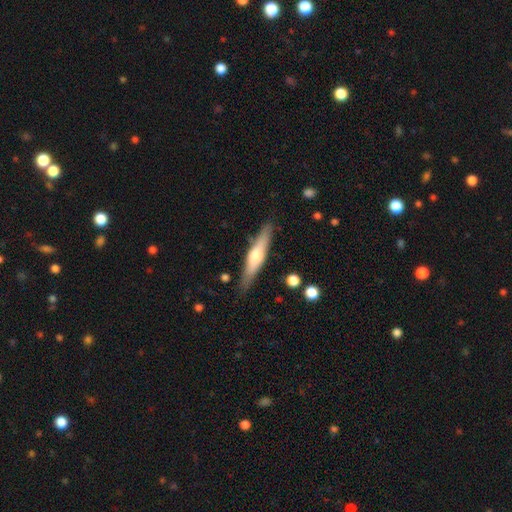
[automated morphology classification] The model was most divided on "smooth or featured": featured or disk: 56%, smooth: 39%, star or artifact: 6%. More confident: edge-on disk — yes (94%); edge-on bulge — rounded (88%); merging — none (86%).